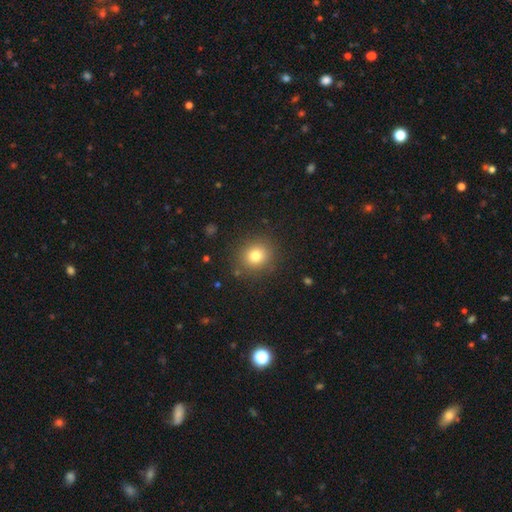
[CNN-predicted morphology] A smooth galaxy with no disk features (79%) that is round (82%). Merging: none (87%).